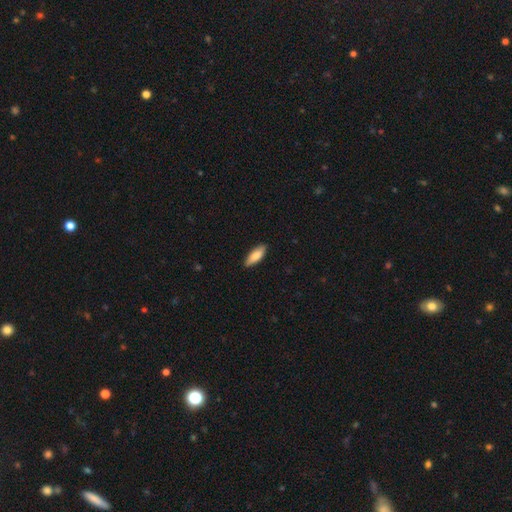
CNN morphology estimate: This appears to be a smooth galaxy with no disk features (83%) that is in between round and cigar-shaped (63%). Merging: none (87%).